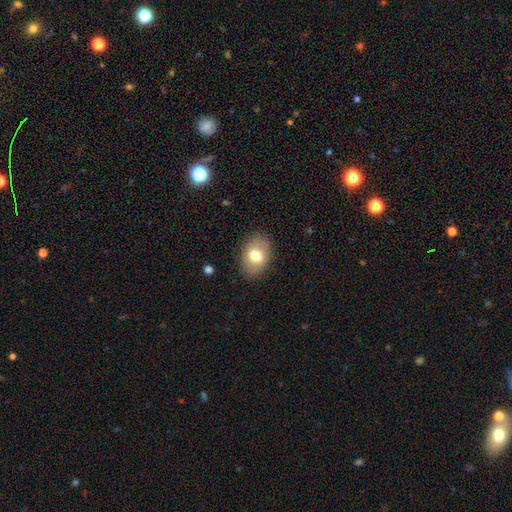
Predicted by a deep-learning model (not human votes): A smooth galaxy with no disk features (74%) that is in between round and cigar-shaped (81%).

Vote fractions:
- Smooth or featured? smooth: 74% / featured or disk: 18% / star or artifact: 8%
- How rounded? in between: 81% / round: 18% / cigar-shaped: 1%
- Merging? none: 85% / minor disturbance: 11% / major disturbance: 3% / merger: 1%